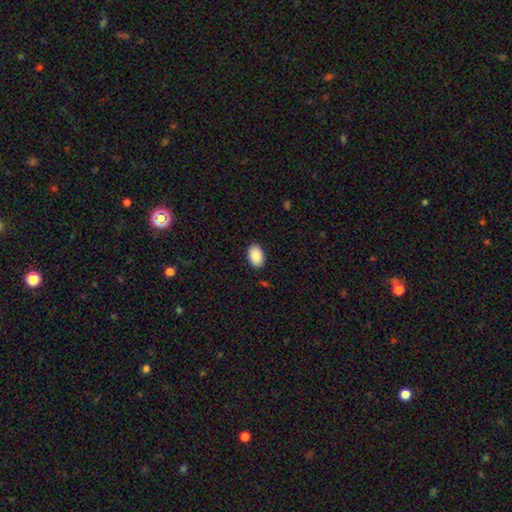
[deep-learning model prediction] A smooth galaxy with no disk features (90%) that is in between round and cigar-shaped (92%). Merging: none (88%).